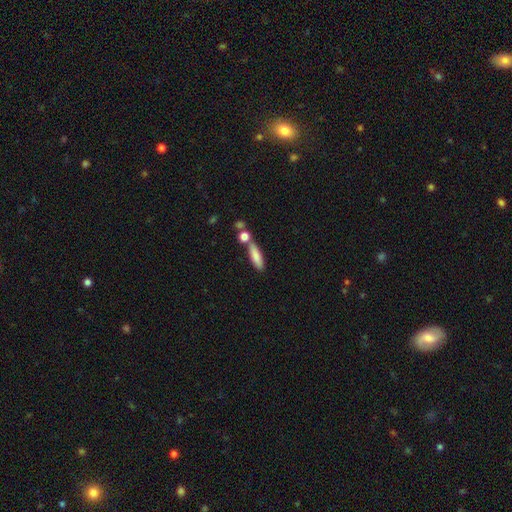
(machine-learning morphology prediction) smooth 81%, featured or disk 12%, star or artifact 7%. Down the decision tree: how rounded — cigar-shaped (55%); merging — none (61%).